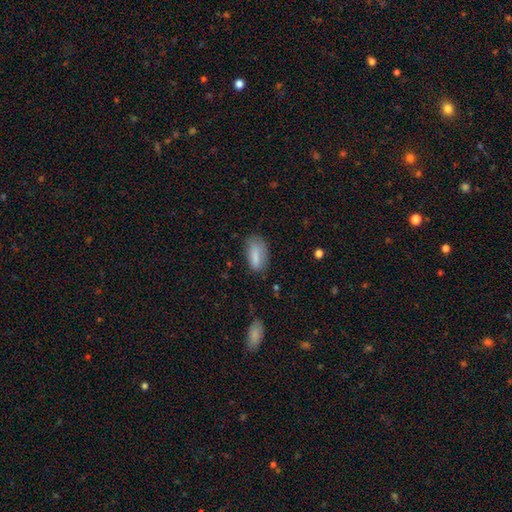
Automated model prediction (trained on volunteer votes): A smooth galaxy with no disk features (82%) that is in between round and cigar-shaped (84%). Merging: none (59%).